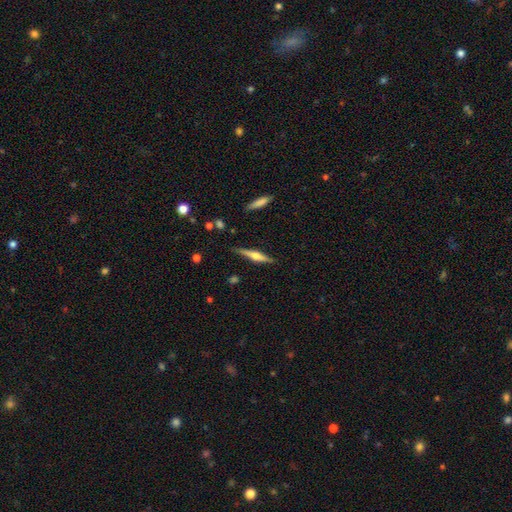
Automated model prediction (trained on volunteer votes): Overall: featured or disk (68%). Edge-on disk: yes (97%). Edge-on bulge: rounded (89%). Merging: none (86%).